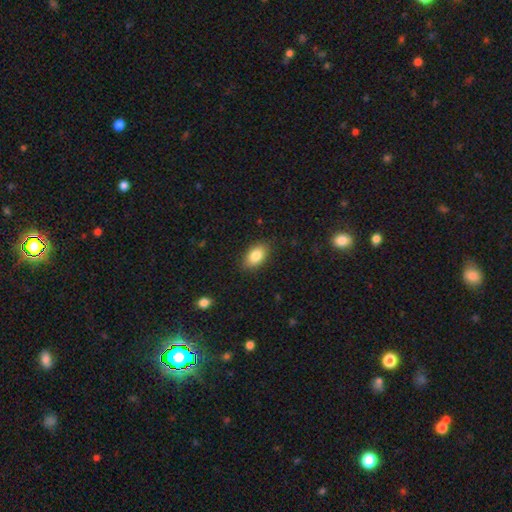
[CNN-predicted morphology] A smooth galaxy with no disk features (84%) that is in between round and cigar-shaped (91%). Merging: none (87%).